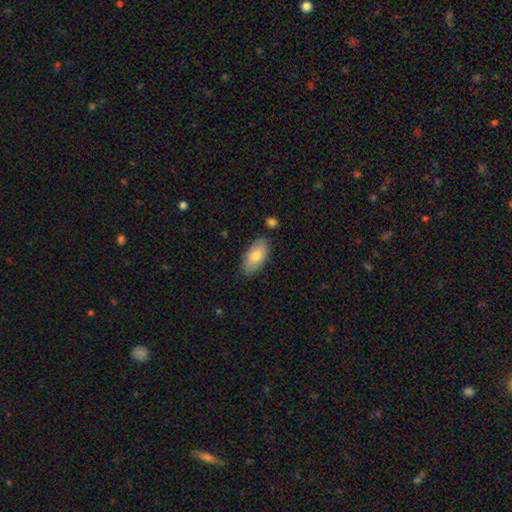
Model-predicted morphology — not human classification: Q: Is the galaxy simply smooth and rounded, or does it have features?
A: smooth — 76%.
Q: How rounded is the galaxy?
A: in between — 93%.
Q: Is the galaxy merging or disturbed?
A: none — 82%.